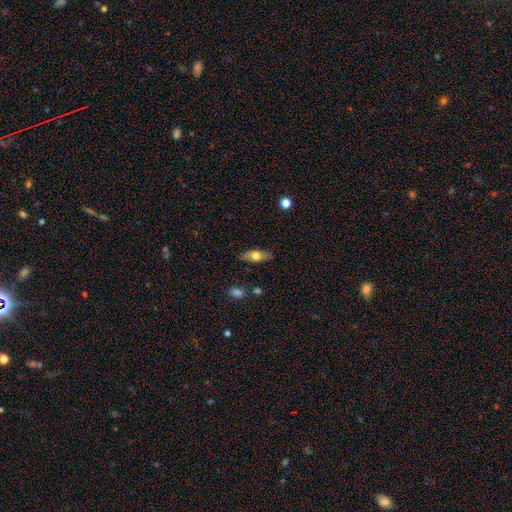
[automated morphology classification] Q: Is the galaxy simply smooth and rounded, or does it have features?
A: smooth — 62%.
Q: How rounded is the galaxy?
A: in between — 69%.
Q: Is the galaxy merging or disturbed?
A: none — 84%.